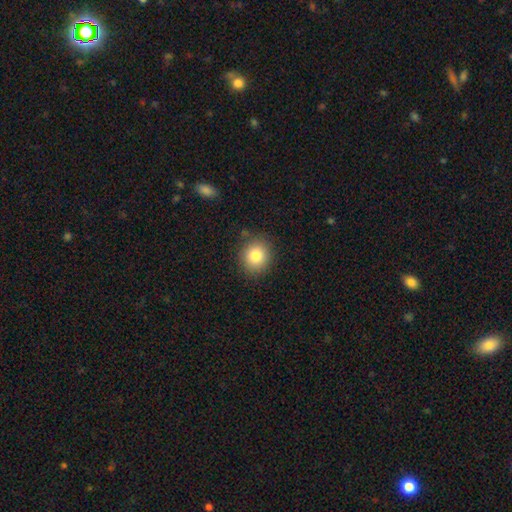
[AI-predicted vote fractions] This appears to be a smooth galaxy with no disk features (83%) that is round (82%). Merging: none (86%).